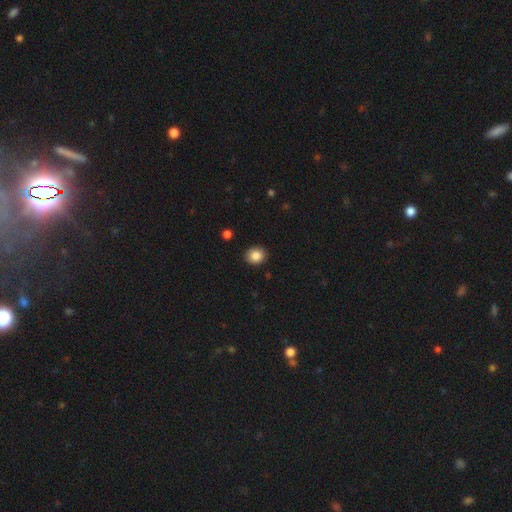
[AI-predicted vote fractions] Smooth or featured? smooth (86%)
How rounded? round (70%)
Merging? none (91%)